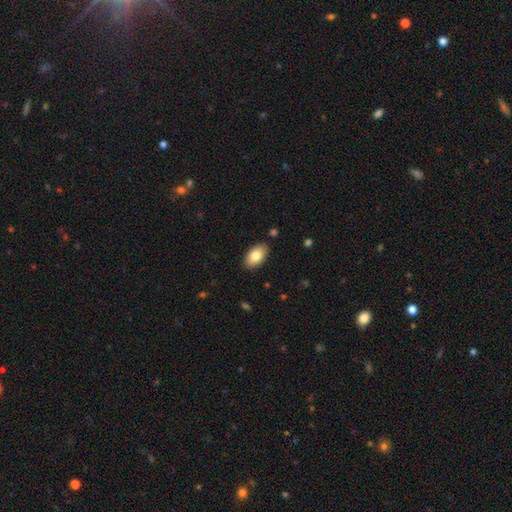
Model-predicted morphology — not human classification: Overall: smooth (81%). How rounded: in between (94%). Merging: none (88%).